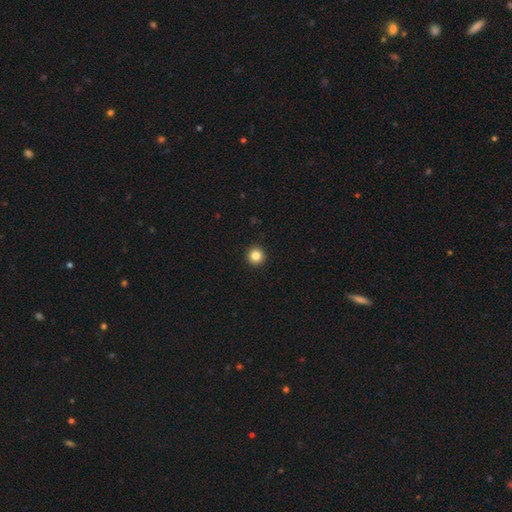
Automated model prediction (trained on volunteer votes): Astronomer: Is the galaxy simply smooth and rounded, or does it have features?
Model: smooth — 84%.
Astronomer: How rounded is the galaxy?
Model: round — 96%.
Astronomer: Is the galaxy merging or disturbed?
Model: none — 94%.